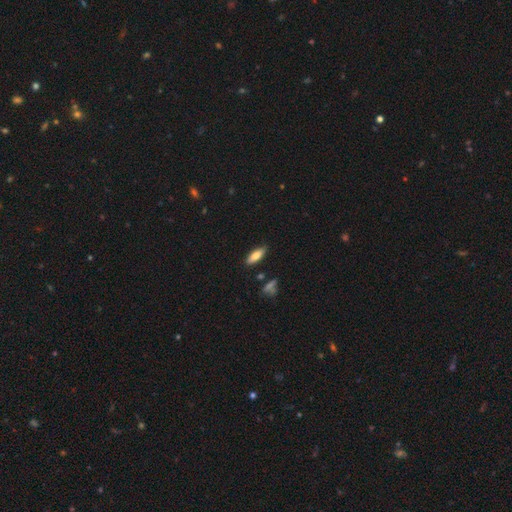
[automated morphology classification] smooth 75%, featured or disk 18%, star or artifact 7%. Down the decision tree: how rounded — in between (66%); merging — none (85%).